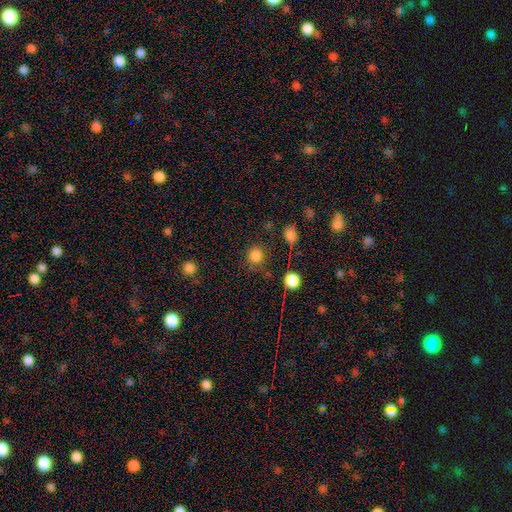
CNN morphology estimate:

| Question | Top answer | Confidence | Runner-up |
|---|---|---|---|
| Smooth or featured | smooth | 80% | star or artifact (15%) |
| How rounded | round | 90% | in between (9%) |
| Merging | none | 79% | minor disturbance (12%) |